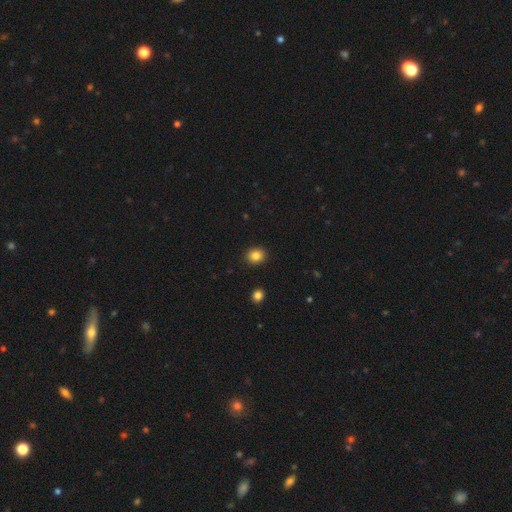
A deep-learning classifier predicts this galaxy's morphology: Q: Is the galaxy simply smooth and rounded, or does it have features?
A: smooth — 85%.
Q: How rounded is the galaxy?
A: round — 71%.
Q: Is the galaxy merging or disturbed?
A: none — 91%.